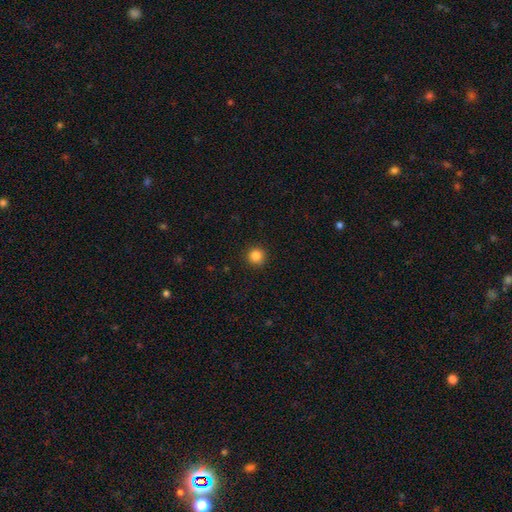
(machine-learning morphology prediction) Smooth or featured? Predicted: smooth (p=0.85). How rounded? Predicted: round (p=0.95). Merging? Predicted: none (p=0.92).